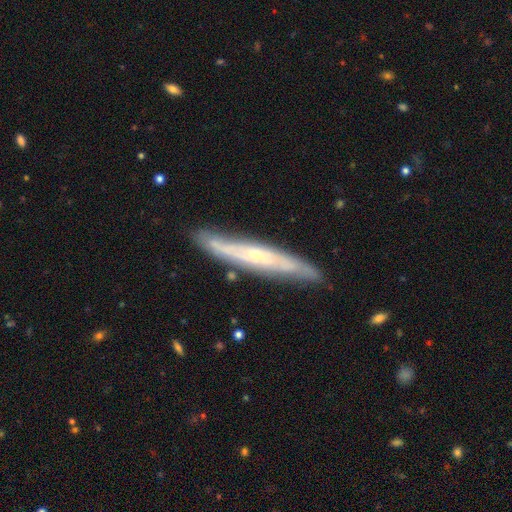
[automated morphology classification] Smooth or featured? Predicted: featured or disk (p=0.69). Edge-on disk? Predicted: yes (p=0.74). Edge-on bulge? Predicted: rounded (p=0.50). Merging? Predicted: none (p=0.82).